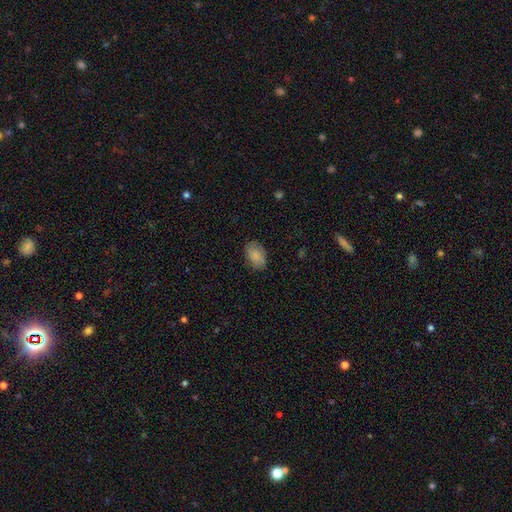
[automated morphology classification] This appears to be a smooth galaxy with no disk features (86%) that is in between round and cigar-shaped (88%). Merging: none (82%).